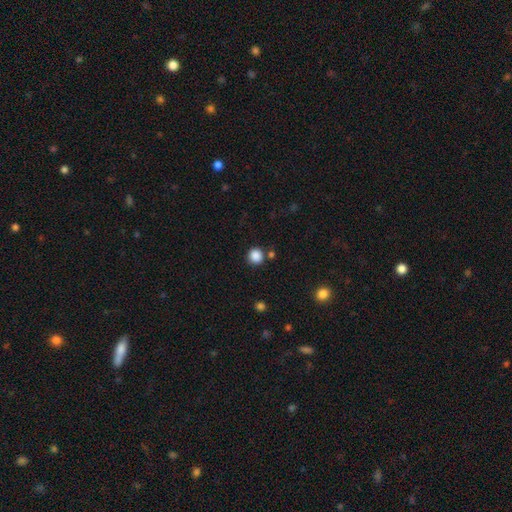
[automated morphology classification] Smooth or featured? Predicted: smooth (p=0.86). How rounded? Predicted: round (p=0.92). Merging? Predicted: none (p=0.82).